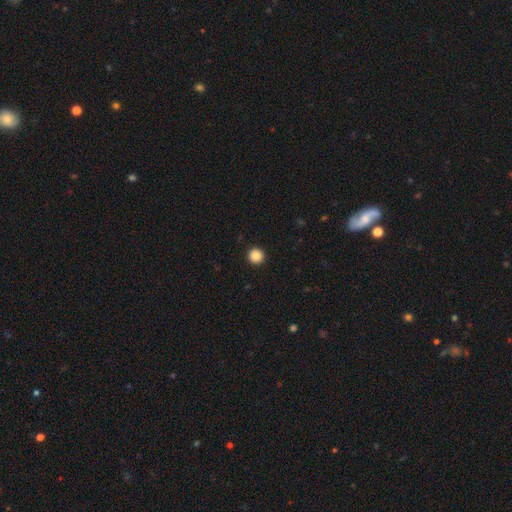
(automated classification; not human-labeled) Smooth or featured? smooth (87%)
How rounded? round (96%)
Merging? none (94%)